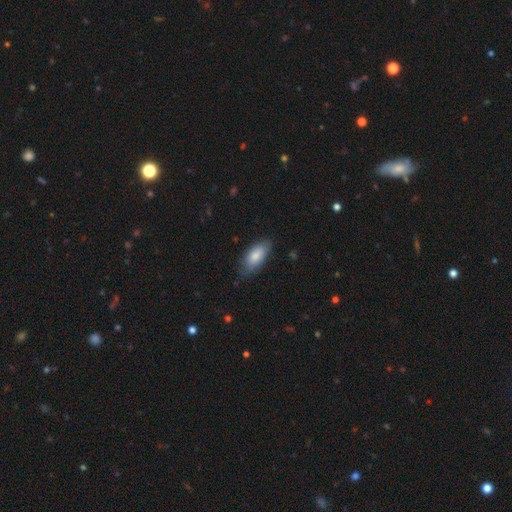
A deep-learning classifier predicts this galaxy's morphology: A smooth galaxy with no disk features (82%) that is in between round and cigar-shaped (88%). Merging: none (72%).